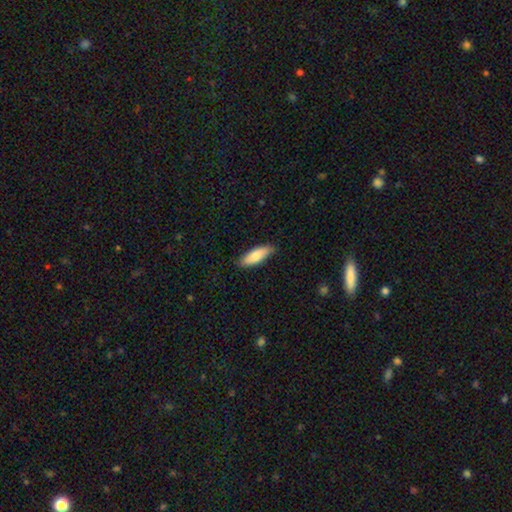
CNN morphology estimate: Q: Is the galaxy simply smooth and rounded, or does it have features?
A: smooth — 78%.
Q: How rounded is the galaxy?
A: in between — 58%.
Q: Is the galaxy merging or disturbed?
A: none — 84%.